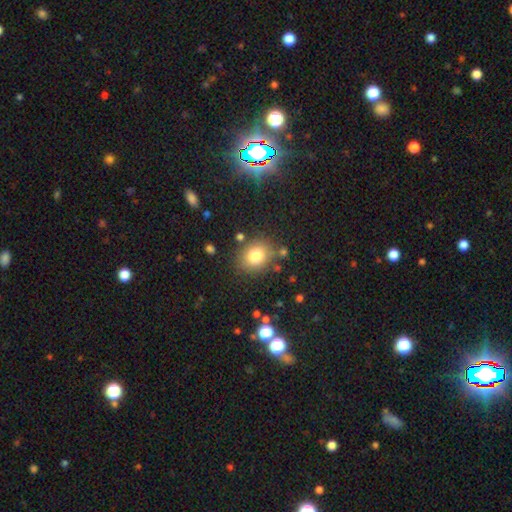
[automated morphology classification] Overall: smooth (79%). How rounded: round (61%; in between 38%). Merging: none (80%).